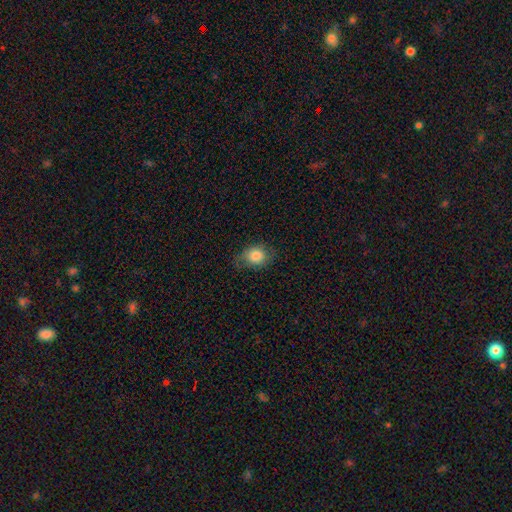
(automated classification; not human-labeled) Q: Smooth or featured?
A: smooth (83%); runner-up: star or artifact (9%)
Q: How rounded?
A: round (51%); runner-up: in between (48%)
Q: Merging?
A: none (71%); runner-up: minor disturbance (22%)